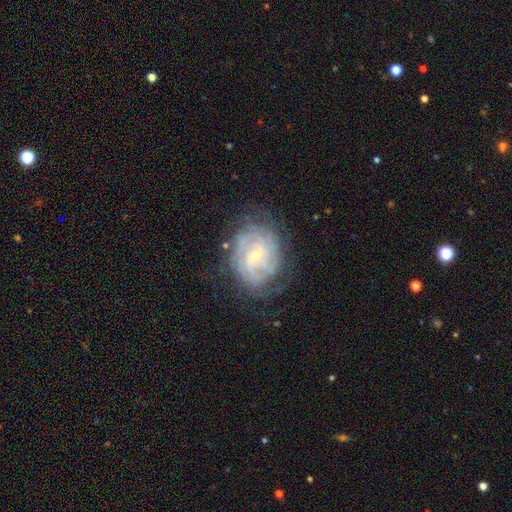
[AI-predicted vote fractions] Smooth or featured? featured or disk (84%)
Edge-on disk? no (97%)
Bar? no (57%)
Spiral arms? yes (94%)
Spiral winding? tight (76%)
Spiral arm count? can't tell (47%)
Bulge size? small (68%)
Merging? none (71%)